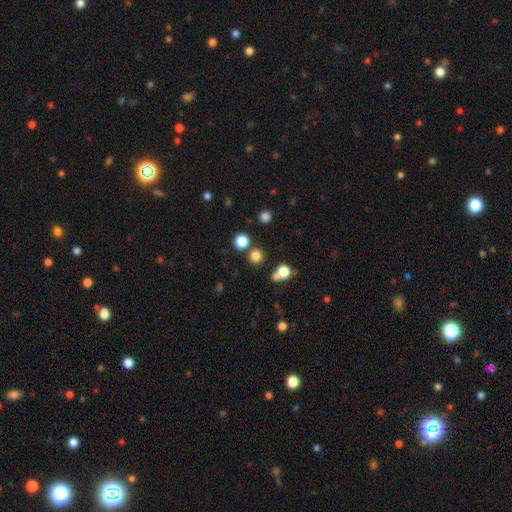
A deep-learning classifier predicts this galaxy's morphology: The model was most divided on "smooth or featured": smooth: 78%, star or artifact: 16%, featured or disk: 5%. More confident: how rounded — round (91%); merging — none (77%).